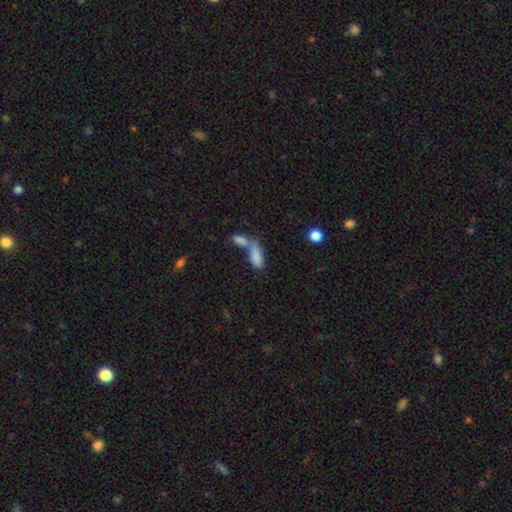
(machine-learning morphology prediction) Q: Smooth or featured?
A: smooth (81%); runner-up: featured or disk (10%)
Q: How rounded?
A: in between (78%); runner-up: cigar-shaped (19%)
Q: Merging?
A: merger (60%); runner-up: none (25%)